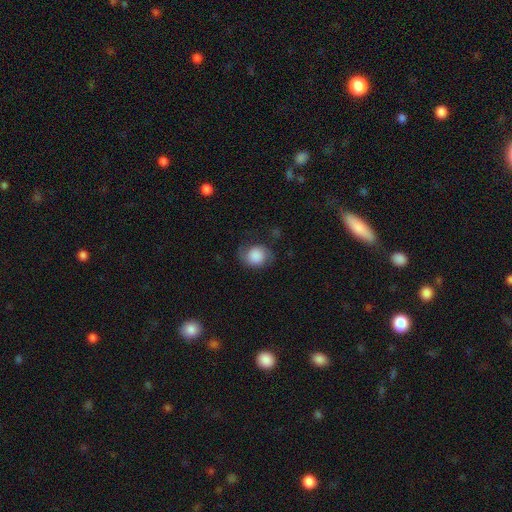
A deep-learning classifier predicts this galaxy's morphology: A smooth galaxy with no disk features (66%) that is round (70%).

Vote fractions:
- Smooth or featured? smooth: 66% / featured or disk: 25% / star or artifact: 9%
- How rounded? round: 70% / in between: 29% / cigar-shaped: 1%
- Merging? none: 64% / minor disturbance: 22% / major disturbance: 11% / merger: 2%